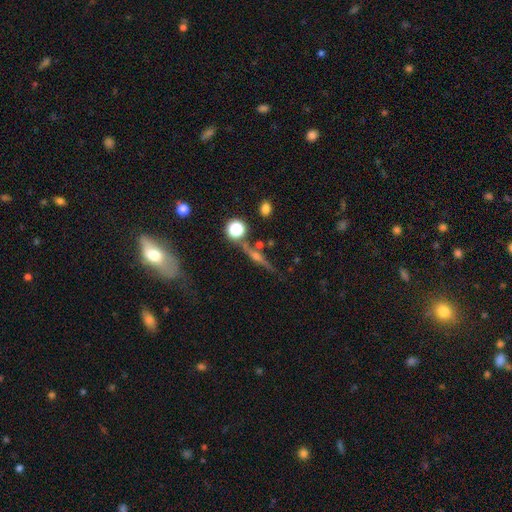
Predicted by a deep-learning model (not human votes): Overall: featured or disk (71%). Edge-on disk: yes (94%). Edge-on bulge: rounded (88%). Merging: none (76%).